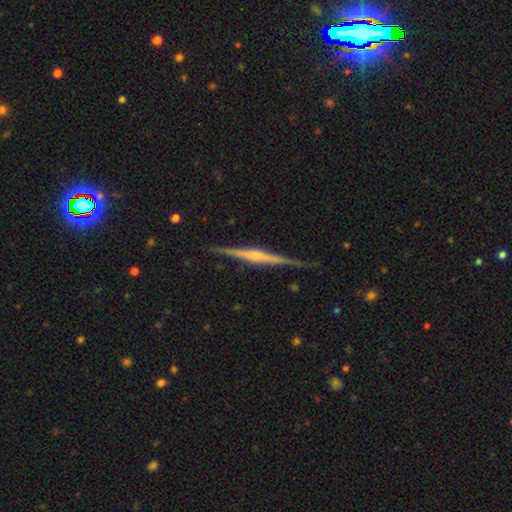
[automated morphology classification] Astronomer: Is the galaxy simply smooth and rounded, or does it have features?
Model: featured or disk — 80%.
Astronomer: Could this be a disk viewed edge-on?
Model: yes — 98%.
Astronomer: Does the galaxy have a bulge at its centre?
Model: rounded — 64%.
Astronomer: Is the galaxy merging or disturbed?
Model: none — 88%.